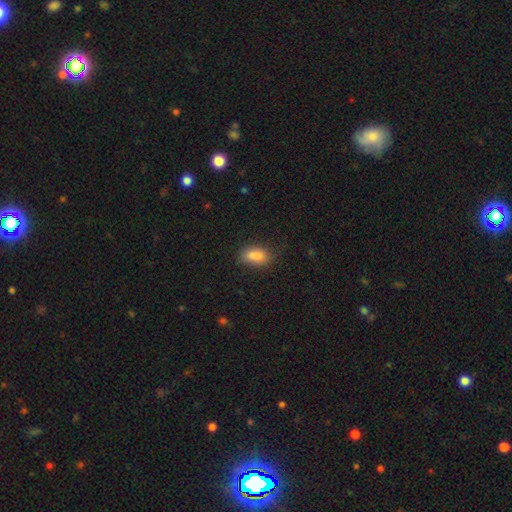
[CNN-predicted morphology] smooth 84%, star or artifact 9%, featured or disk 8%. Down the decision tree: how rounded — in between (87%); merging — none (63%).